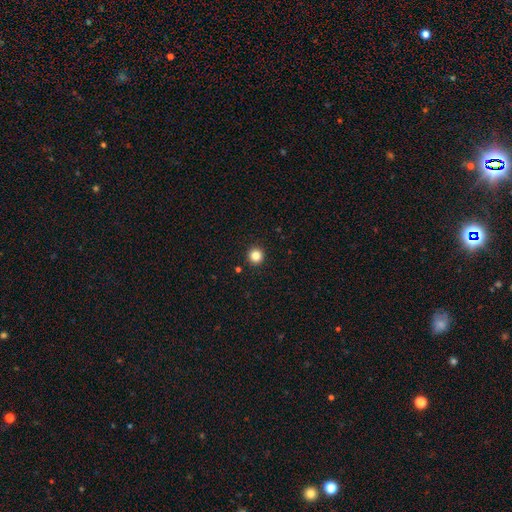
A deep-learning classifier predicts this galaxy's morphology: smooth 84%, star or artifact 12%, featured or disk 4%. Down the decision tree: how rounded — round (96%); merging — none (94%).